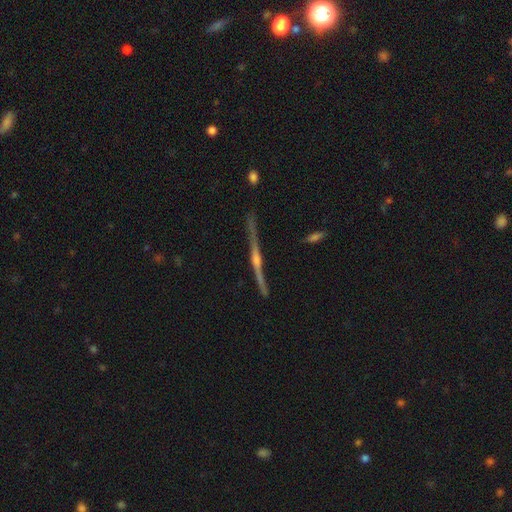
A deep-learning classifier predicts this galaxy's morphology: smooth_or_featured: featured or disk (p=0.84) [alt: smooth p=0.09]
disk_edge_on: yes (p=0.97) [alt: no p=0.03]
edge_on_bulge: rounded (p=0.84) [alt: none p=0.09]
merging: none (p=0.87) [alt: minor disturbance p=0.08]